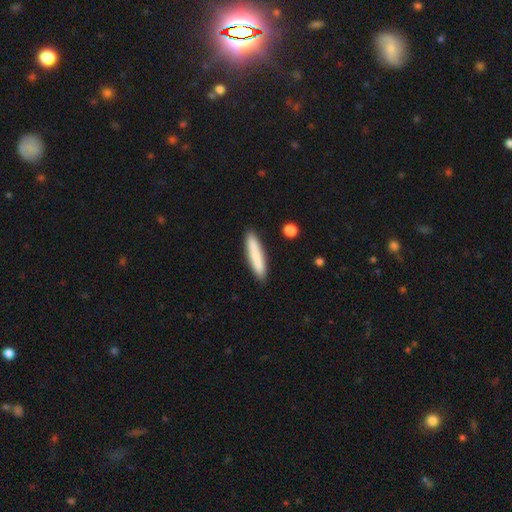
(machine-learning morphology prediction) Overall: smooth (80%). How rounded: cigar-shaped (88%). Merging: none (87%).